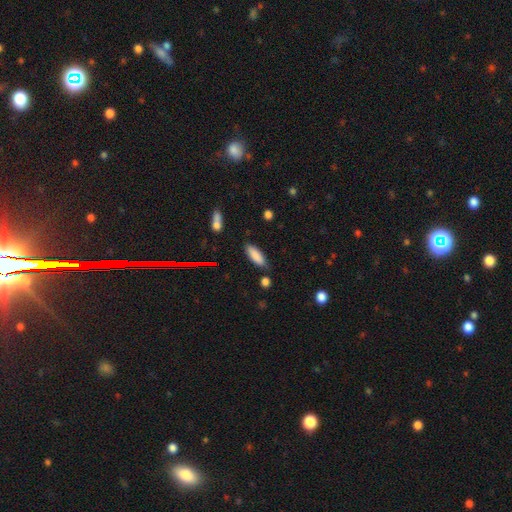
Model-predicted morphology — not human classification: Smooth or featured? Predicted: smooth (p=0.85). How rounded? Predicted: in between (p=0.63). Merging? Predicted: none (p=0.77).